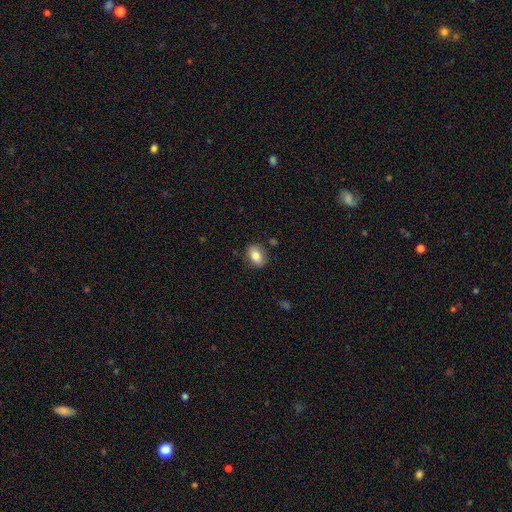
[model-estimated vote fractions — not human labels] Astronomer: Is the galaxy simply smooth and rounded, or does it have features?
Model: smooth — 80%.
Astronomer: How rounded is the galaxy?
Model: in between — 82%.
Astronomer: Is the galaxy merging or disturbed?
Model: none — 83%.